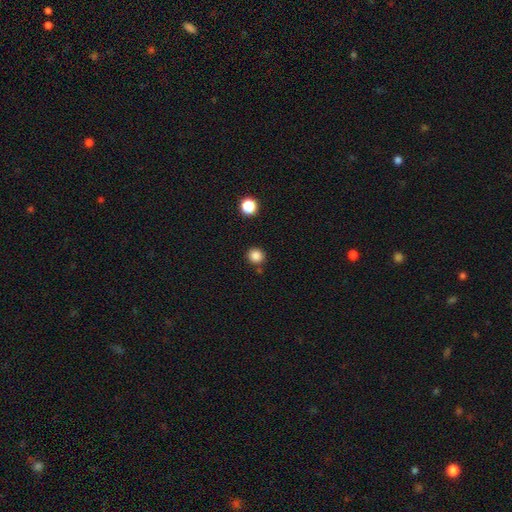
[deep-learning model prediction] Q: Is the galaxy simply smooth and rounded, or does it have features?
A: smooth — 85%.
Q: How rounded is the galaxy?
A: round — 91%.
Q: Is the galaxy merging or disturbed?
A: none — 85%.